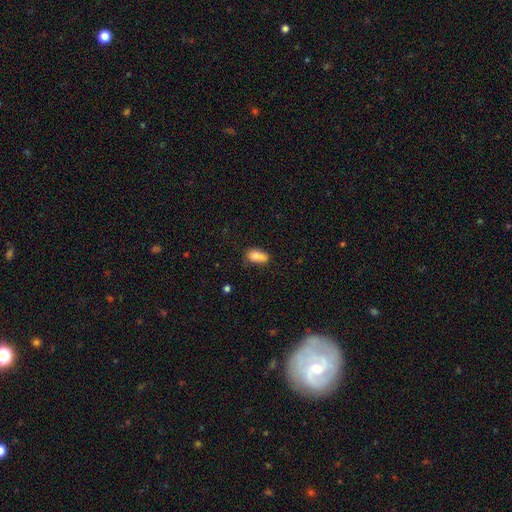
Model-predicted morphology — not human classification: Smooth or featured? Predicted: smooth (p=0.82). How rounded? Predicted: in between (p=0.89). Merging? Predicted: none (p=0.58).